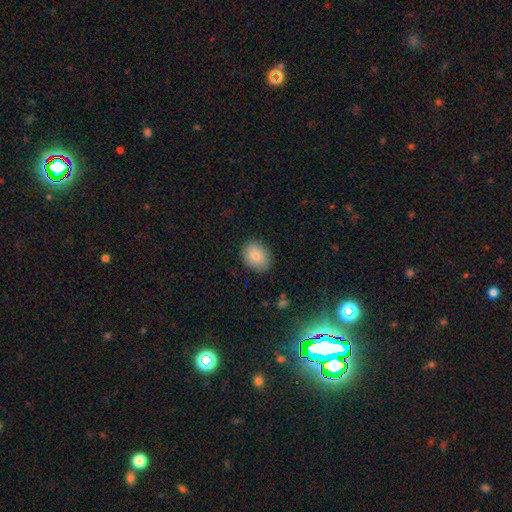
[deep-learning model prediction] smooth 85%, star or artifact 8%, featured or disk 7%. Down the decision tree: how rounded — in between (62%); merging — none (86%).